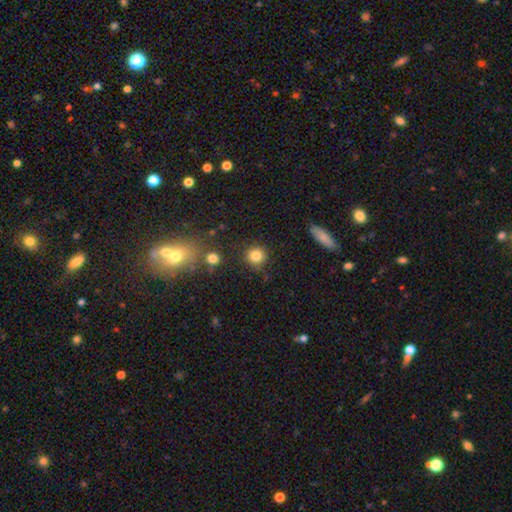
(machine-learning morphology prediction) Overall: smooth (83%). How rounded: round (90%). Merging: none (85%).